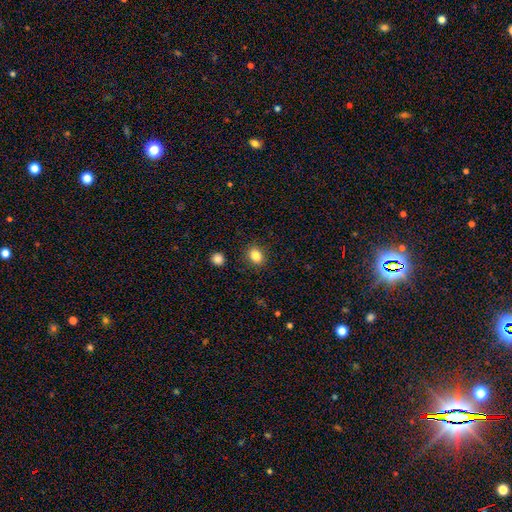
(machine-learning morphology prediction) A smooth galaxy with no disk features (84%) that is round (50%). Merging: none (88%).